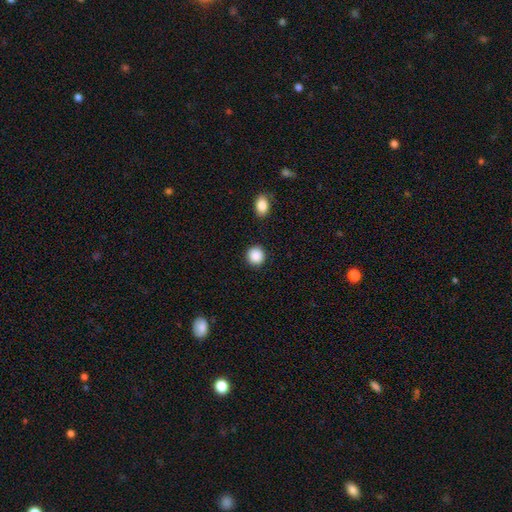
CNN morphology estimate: smooth 89%, star or artifact 8%, featured or disk 3%. Down the decision tree: how rounded — round (91%); merging — none (90%).